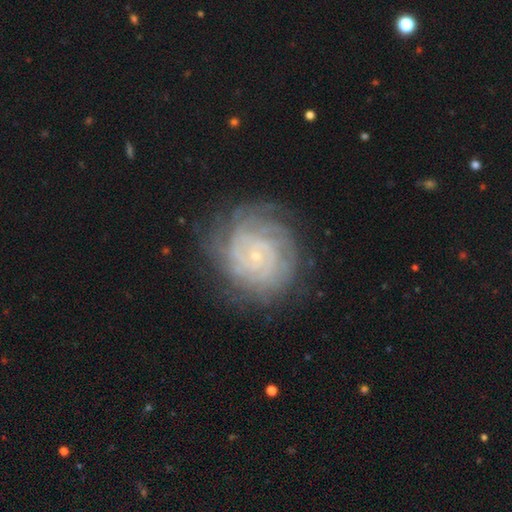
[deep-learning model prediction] smooth-or-featured: featured or disk: 83% | smooth: 9% | star or artifact: 7%
  disk-edge-on: no: 97% | yes: 3%
    bar: no: 75% | weak: 20% | strong: 5%
    has-spiral-arms: yes: 96% | no: 4%
      spiral-winding: tight: 83% | medium: 14% | loose: 3%
      spiral-arm-count: can't tell: 32% | 4: 19% | more than 4: 14% | 2: 14% | 3: 14% | 1: 7%
    bulge-size: small: 88% | moderate: 8% | none: 2% | large: 1% | dominant: 1%
  merging: none: 79% | minor disturbance: 14% | major disturbance: 5% | merger: 1%